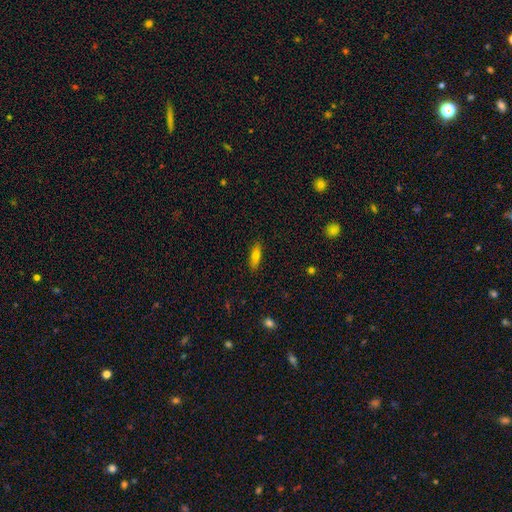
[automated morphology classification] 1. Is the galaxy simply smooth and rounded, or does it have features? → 73% smooth, 19% featured or disk, 8% star or artifact.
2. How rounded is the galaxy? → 52% in between, 46% cigar-shaped, 3% round.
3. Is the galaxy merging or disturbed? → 88% none, 9% minor disturbance, 2% major disturbance, 1% merger.